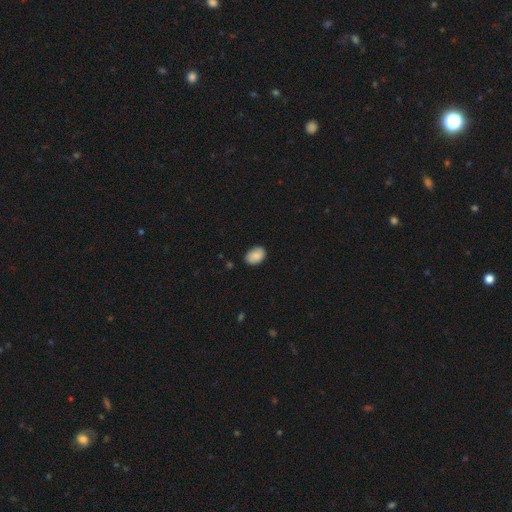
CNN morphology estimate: Smooth or featured? Predicted: smooth (p=0.86). How rounded? Predicted: in between (p=0.83). Merging? Predicted: none (p=0.83).